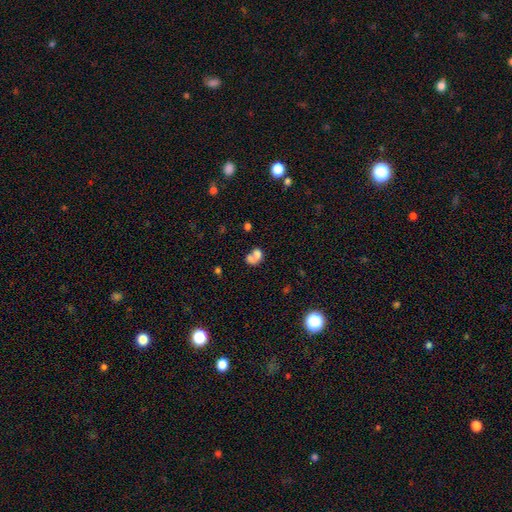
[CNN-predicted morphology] This is likely a smooth galaxy (64%). How rounded: likely in between (63%). Merging: possibly merger (49%).